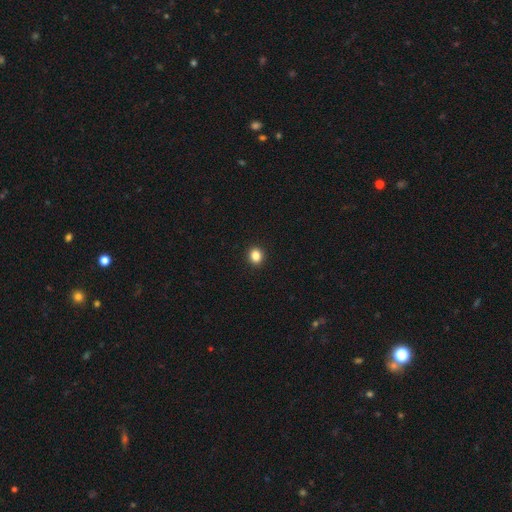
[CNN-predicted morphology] Smooth or featured? smooth (86%)
How rounded? round (74%)
Merging? none (93%)